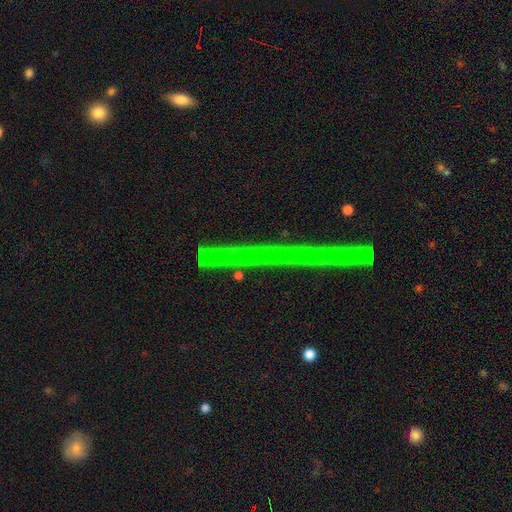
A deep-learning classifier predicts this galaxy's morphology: star or artifact 71%, featured or disk 19%, smooth 10%.